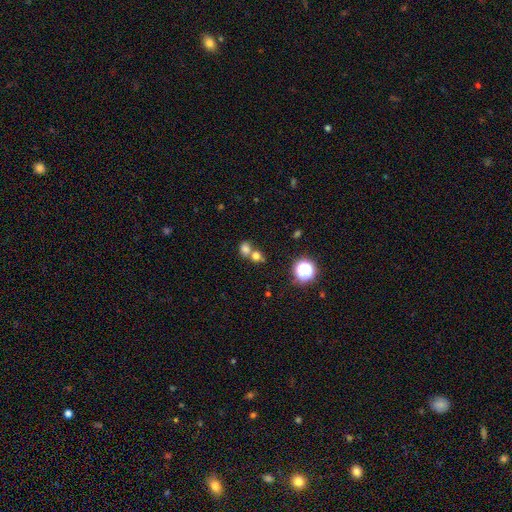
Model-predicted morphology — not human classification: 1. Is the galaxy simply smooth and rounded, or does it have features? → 70% smooth, 20% star or artifact, 10% featured or disk.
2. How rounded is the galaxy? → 72% round, 27% in between, 1% cigar-shaped.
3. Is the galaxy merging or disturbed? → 51% merger, 40% none, 6% minor disturbance, 3% major disturbance.